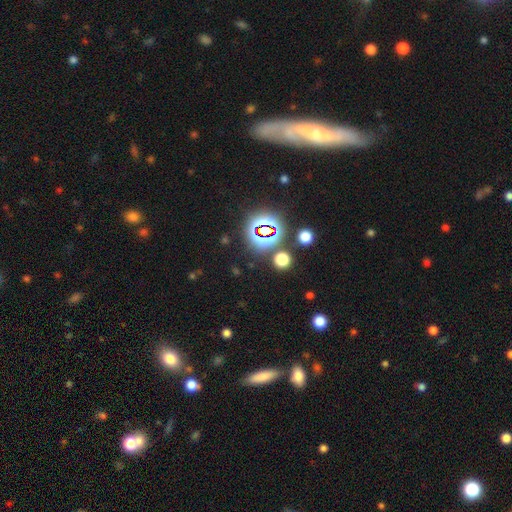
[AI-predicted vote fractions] smooth_or_featured: star or artifact (p=0.51) [alt: featured or disk p=0.25]